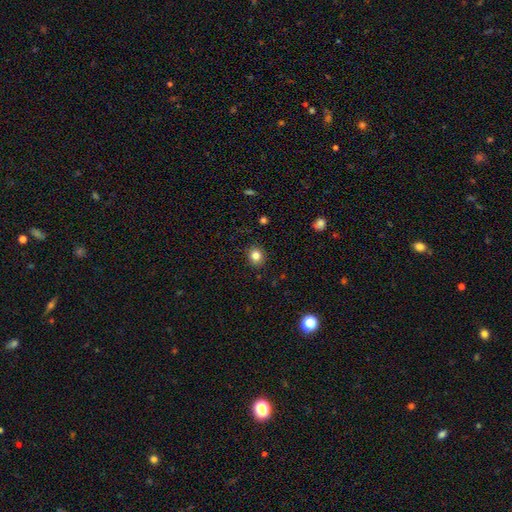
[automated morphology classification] smooth-or-featured: smooth: 82% | star or artifact: 11% | featured or disk: 7%
  how-rounded: round: 77% | in between: 22% | cigar-shaped: 1%
  merging: none: 90% | minor disturbance: 7% | major disturbance: 2% | merger: 1%